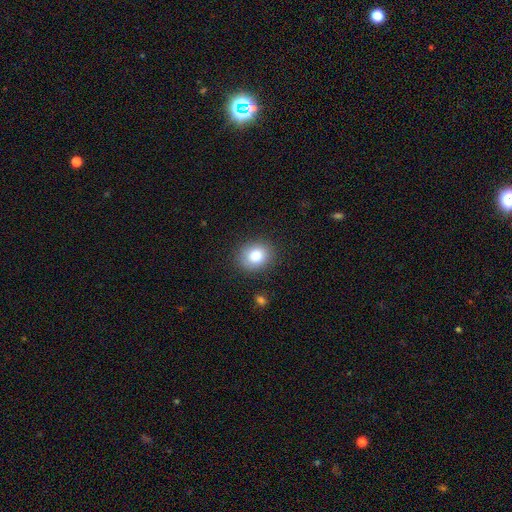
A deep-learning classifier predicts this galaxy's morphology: The model was most divided on "how rounded": round: 68%, in between: 32%, cigar-shaped: 1%. More confident: merging — none (87%); smooth or featured — smooth (80%).